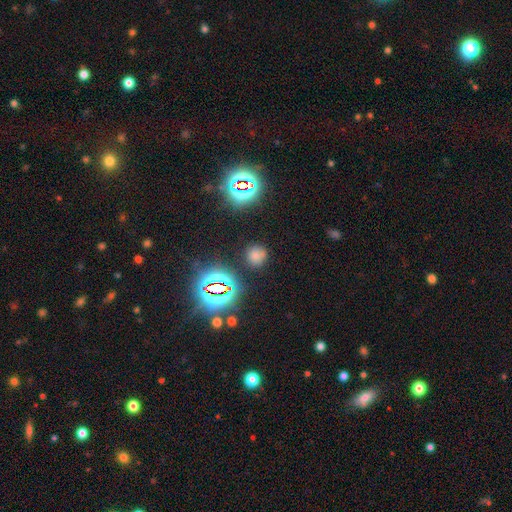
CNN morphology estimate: A smooth galaxy with no disk features (64%) that is round (88%).

Vote fractions:
- Smooth or featured? smooth: 64% / star or artifact: 29% / featured or disk: 7%
- How rounded? round: 88% / in between: 11% / cigar-shaped: 1%
- Merging? none: 81% / minor disturbance: 11% / major disturbance: 4% / merger: 4%